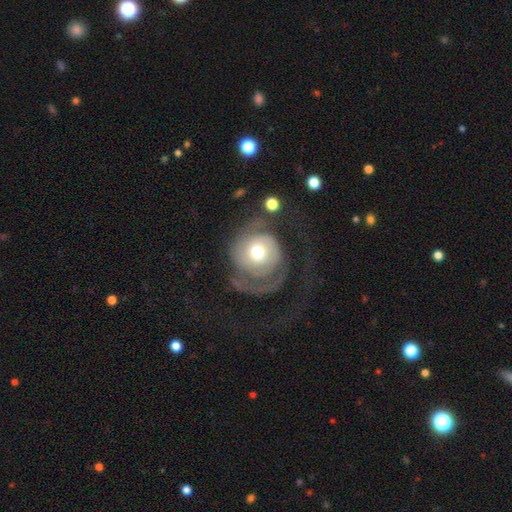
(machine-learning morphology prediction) Smooth or featured?
  - featured or disk: 64% *
  - smooth: 30%
  - star or artifact: 6%
Edge-on disk?
  - no: 97% *
  - yes: 3%
Bar?
  - no: 79% *
  - weak: 17%
  - strong: 4%
Spiral arms?
  - yes: 77% *
  - no: 23%
Bulge size?
  - moderate: 66% *
  - small: 19%
  - large: 12%
  - dominant: 2%
  - none: 1%
Merging?
  - major disturbance: 49% *
  - none: 32%
  - minor disturbance: 16%
  - merger: 4%